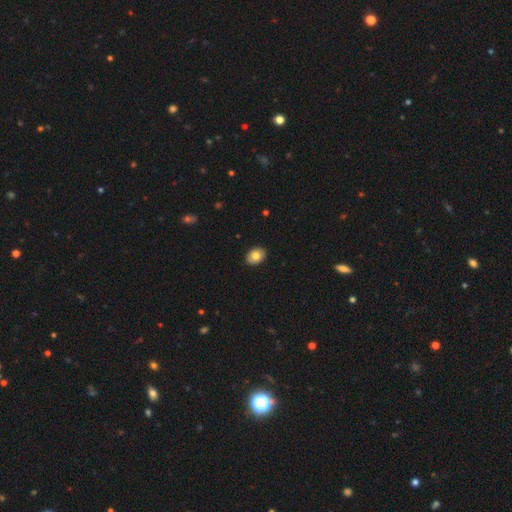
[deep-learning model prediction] A smooth galaxy with no disk features (78%) that is in between round and cigar-shaped (67%).

Vote fractions:
- Smooth or featured? smooth: 78% / featured or disk: 15% / star or artifact: 7%
- How rounded? in between: 67% / round: 32% / cigar-shaped: 1%
- Merging? none: 89% / minor disturbance: 8% / major disturbance: 2% / merger: 1%